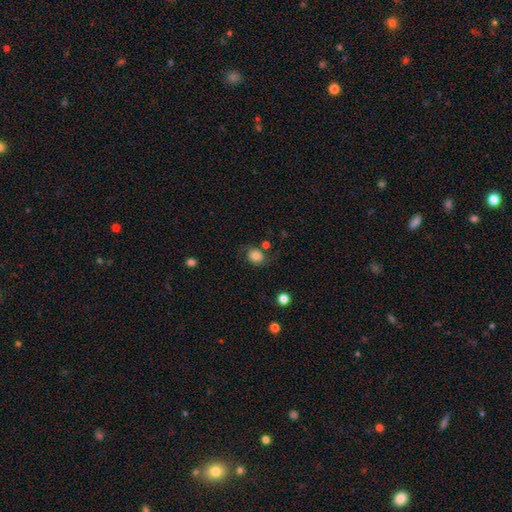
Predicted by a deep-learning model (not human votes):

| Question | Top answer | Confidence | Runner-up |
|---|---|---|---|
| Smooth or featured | smooth | 75% | featured or disk (14%) |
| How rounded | round | 63% | in between (36%) |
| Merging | none | 64% | minor disturbance (19%) |